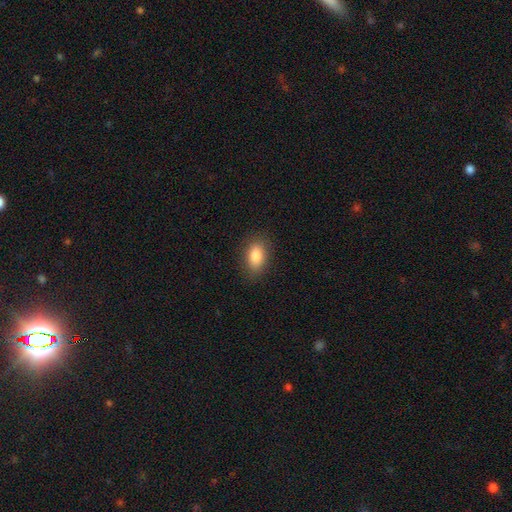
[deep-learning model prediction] Overall: smooth (86%). How rounded: in between (89%). Merging: none (86%).